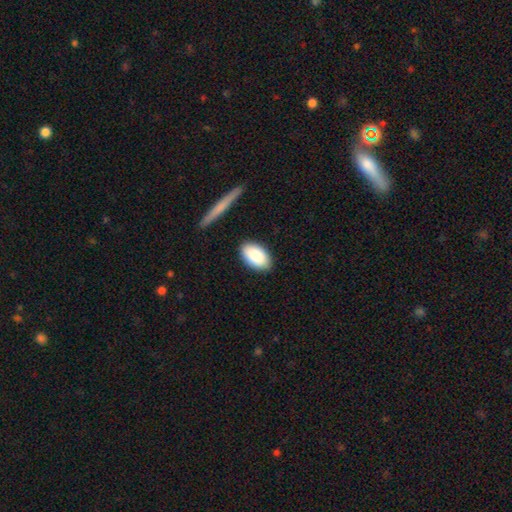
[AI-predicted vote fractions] This appears to be a smooth galaxy with no disk features (87%) that is in between round and cigar-shaped (94%). Merging: none (86%).